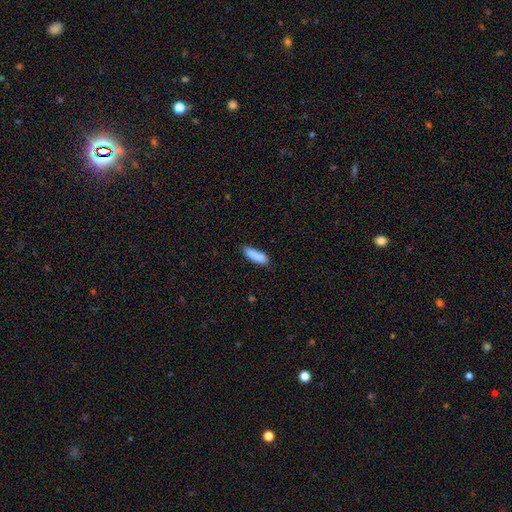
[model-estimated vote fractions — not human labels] The model was most divided on "how rounded": cigar-shaped: 53%, in between: 45%, round: 2%. More confident: smooth or featured — smooth (86%); merging — none (71%).